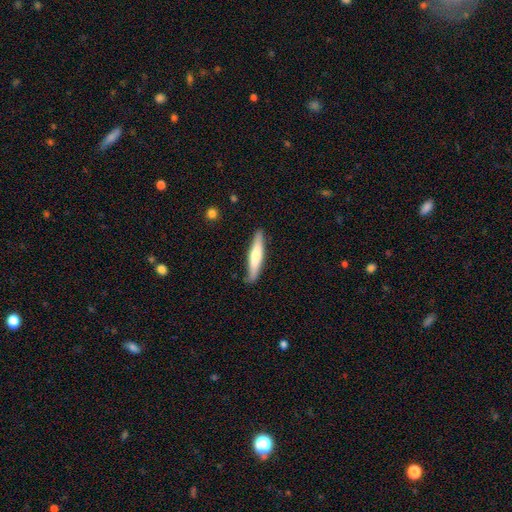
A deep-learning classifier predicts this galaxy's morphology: This is possibly a smooth galaxy (58%). How rounded: clearly cigar-shaped (89%). Merging: clearly none (86%).